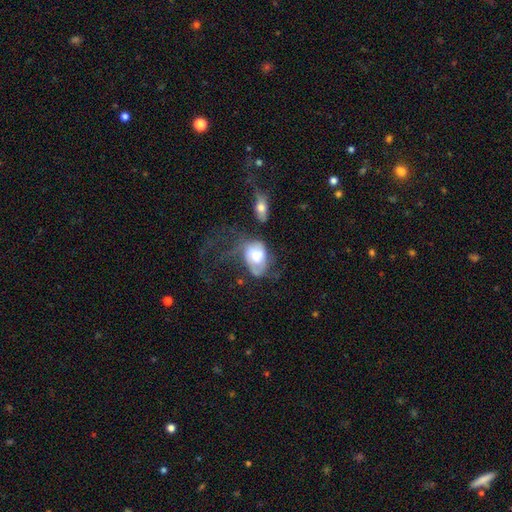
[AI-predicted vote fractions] A featured or disk galaxy (48%).

Vote fractions:
- Smooth or featured? featured or disk: 48% / smooth: 44% / star or artifact: 8%
- Merging? major disturbance: 41% / none: 21% / minor disturbance: 20% / merger: 17%